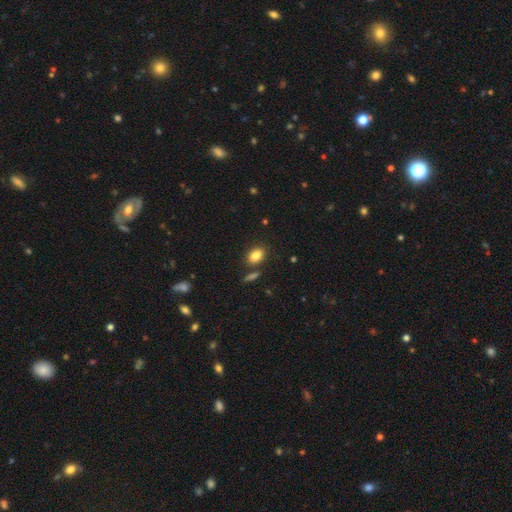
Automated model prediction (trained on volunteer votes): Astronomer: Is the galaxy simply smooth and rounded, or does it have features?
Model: smooth — 85%.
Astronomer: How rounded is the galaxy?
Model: in between — 81%.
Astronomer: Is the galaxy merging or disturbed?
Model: none — 78%.